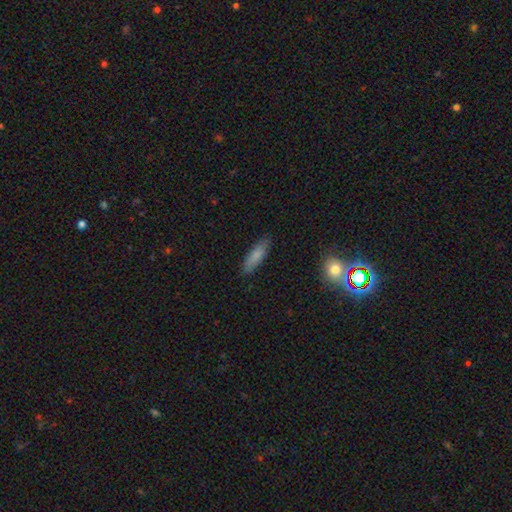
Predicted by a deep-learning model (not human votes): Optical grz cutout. It shows a smooth galaxy with no disk features (80%) that is cigar-shaped (65%). Merging: none (86%).